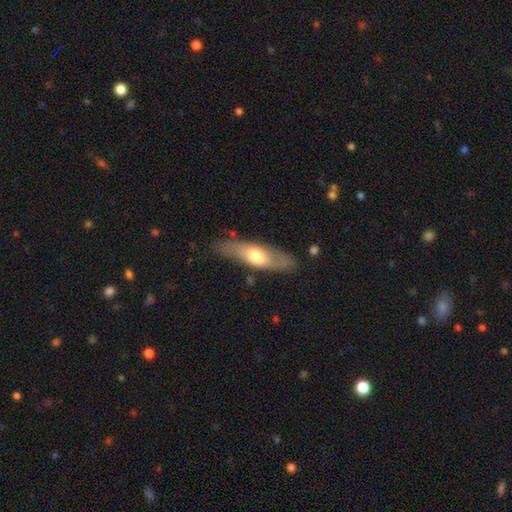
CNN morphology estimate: Smooth or featured?
  - smooth: 49% *
  - featured or disk: 46%
  - star or artifact: 5%
Merging?
  - none: 81% *
  - minor disturbance: 14%
  - major disturbance: 4%
  - merger: 2%